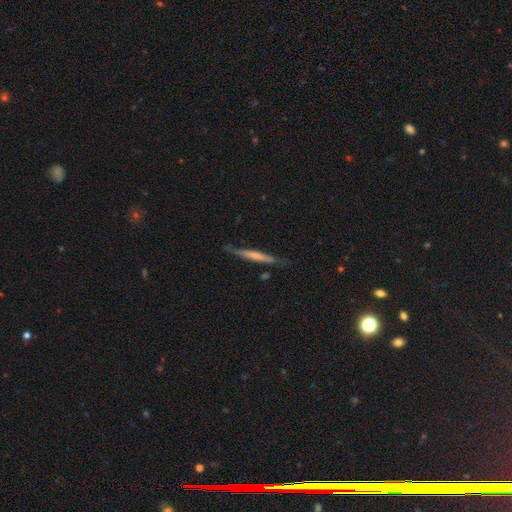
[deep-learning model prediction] Smooth or featured? Predicted: featured or disk (p=0.48). Merging? Predicted: none (p=0.76).